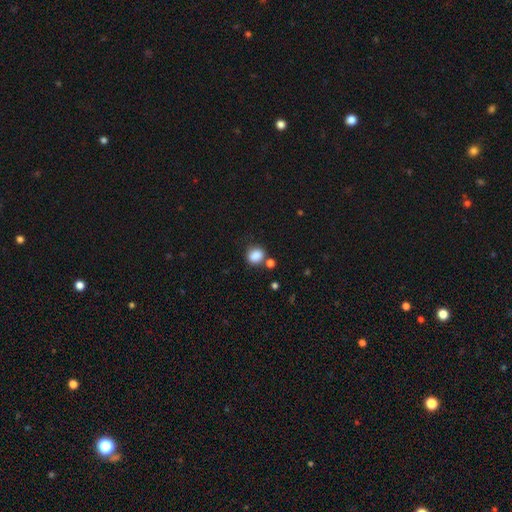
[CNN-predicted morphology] The model was most divided on "how rounded": round: 58%, in between: 41%, cigar-shaped: 1%. More confident: smooth or featured — smooth (86%); merging — none (64%).